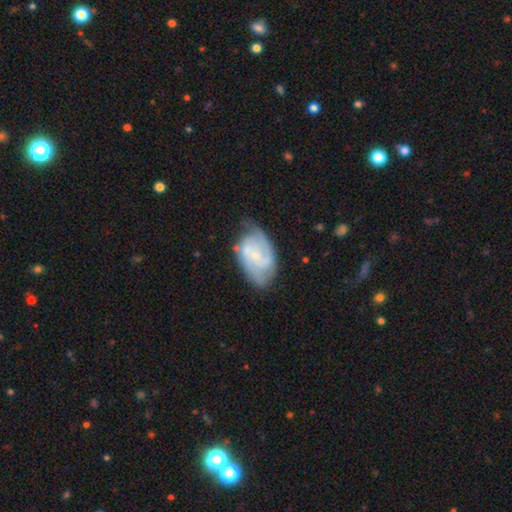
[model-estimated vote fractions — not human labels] A featured or disk galaxy (68%) with no bar (46%), 2 (56%) medium (43%) spiral arms (87%) and a small central bulge (62%). Merging: none (56%).